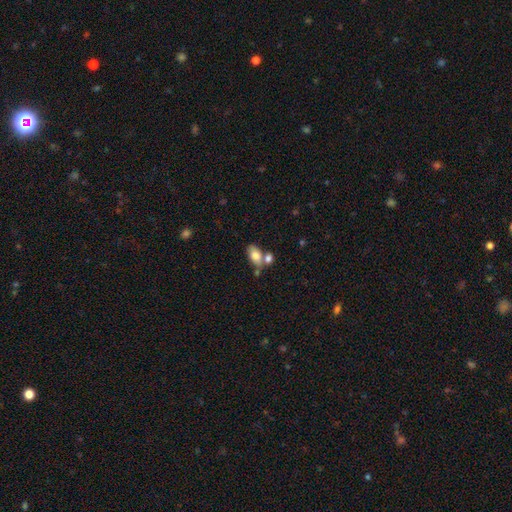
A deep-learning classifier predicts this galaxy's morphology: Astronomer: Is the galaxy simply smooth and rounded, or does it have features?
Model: smooth — 79%.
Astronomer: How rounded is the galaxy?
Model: in between — 90%.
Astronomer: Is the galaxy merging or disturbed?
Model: none — 49% (runner-up: merger, 32%).